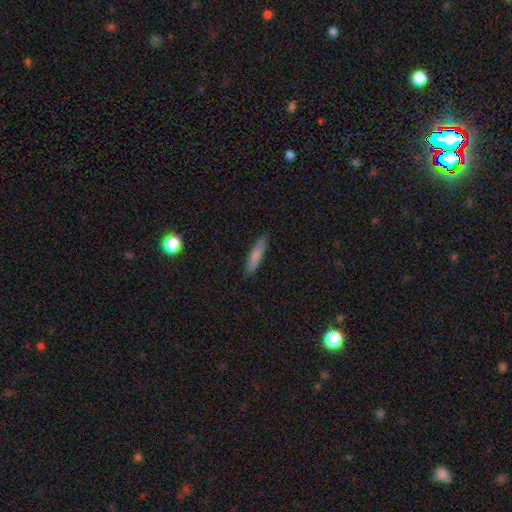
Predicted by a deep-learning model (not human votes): Overall: smooth (75%). How rounded: cigar-shaped (81%). Merging: none (87%).